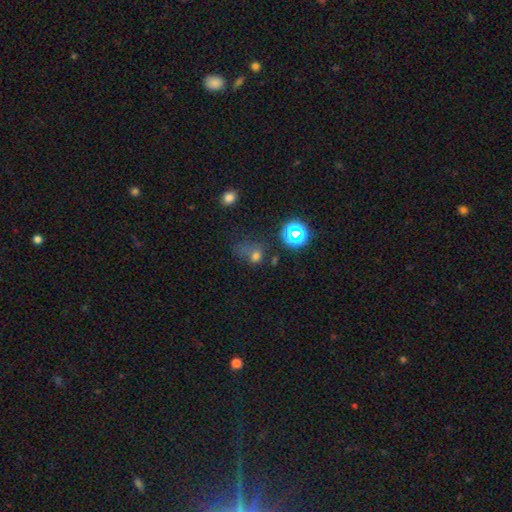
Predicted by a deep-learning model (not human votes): Smooth or featured? Predicted: smooth (p=0.61). How rounded? Predicted: round (p=0.61). Merging? Predicted: none (p=0.38).